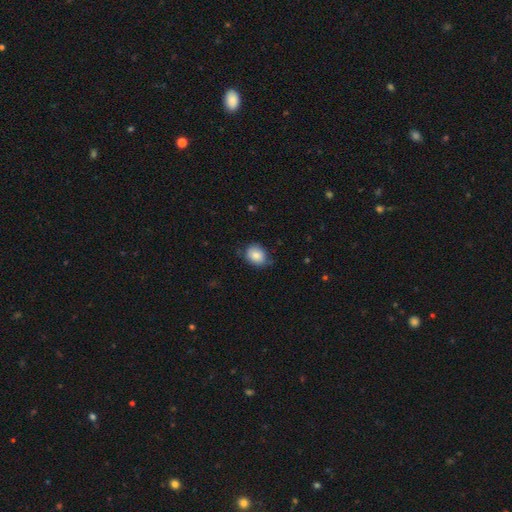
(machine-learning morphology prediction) Smooth or featured? Predicted: smooth (p=0.83). How rounded? Predicted: in between (p=0.50). Merging? Predicted: none (p=0.70).